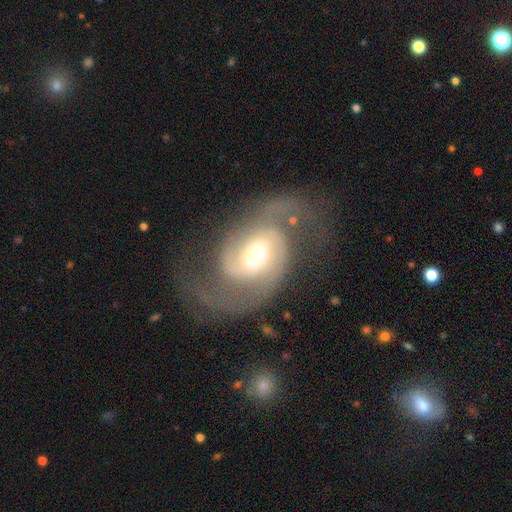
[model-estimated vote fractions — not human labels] Morphology: type=featured or disk (89%); edge-on=no (98%); bar=no (44%); spiral arms=yes (97%); winding=medium (52%); arm count=2 (87%); bulge=moderate (41%); merging=none (64%).